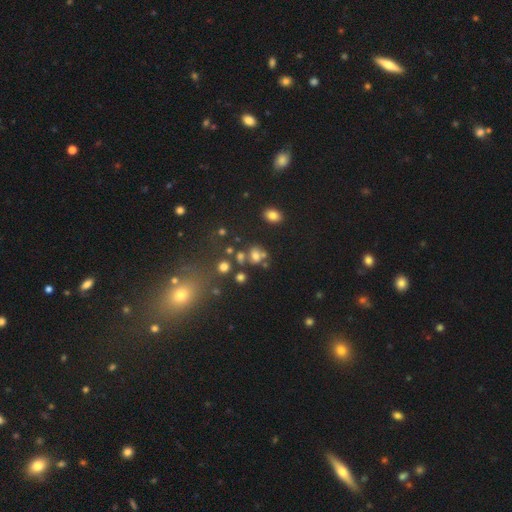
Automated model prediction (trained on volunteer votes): Smooth or featured?
  - smooth: 61% *
  - star or artifact: 22%
  - featured or disk: 18%
How rounded?
  - round: 49% * (tied)
  - in between: 49% * (tied)
  - cigar-shaped: 2%
Merging?
  - none: 47% *
  - merger: 29%
  - minor disturbance: 15%
  - major disturbance: 9%